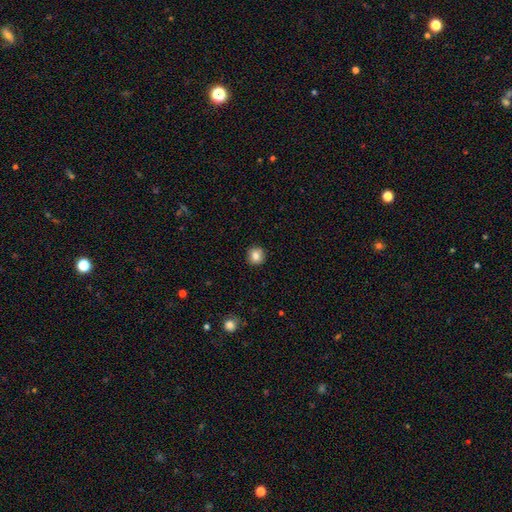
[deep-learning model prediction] Smooth or featured: smooth — 82% (star or artifact — 10%)
How rounded: round — 91% (in between — 8%)
Merging: none — 89% (minor disturbance — 8%)